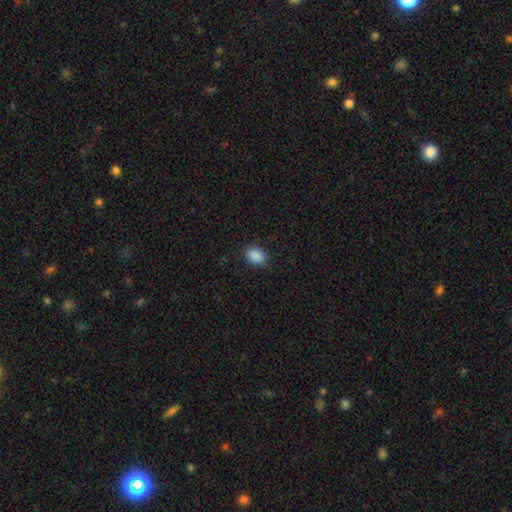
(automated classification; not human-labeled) The model was most divided on "how rounded": in between: 77%, round: 22%, cigar-shaped: 1%. More confident: smooth or featured — smooth (89%); merging — none (87%).